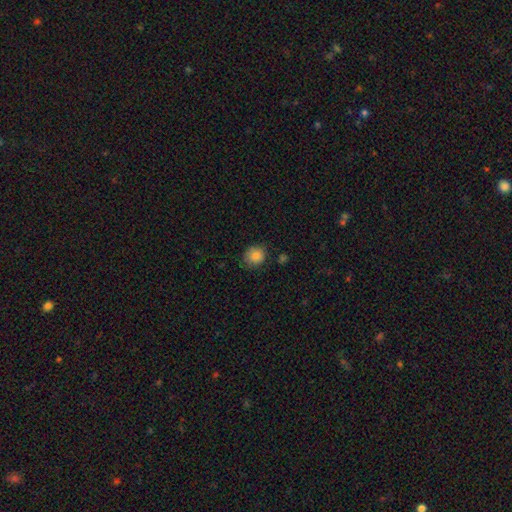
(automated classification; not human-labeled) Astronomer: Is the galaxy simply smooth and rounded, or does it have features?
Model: smooth — 83%.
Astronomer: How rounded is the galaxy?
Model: round — 80%.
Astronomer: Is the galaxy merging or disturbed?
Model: none — 77%.